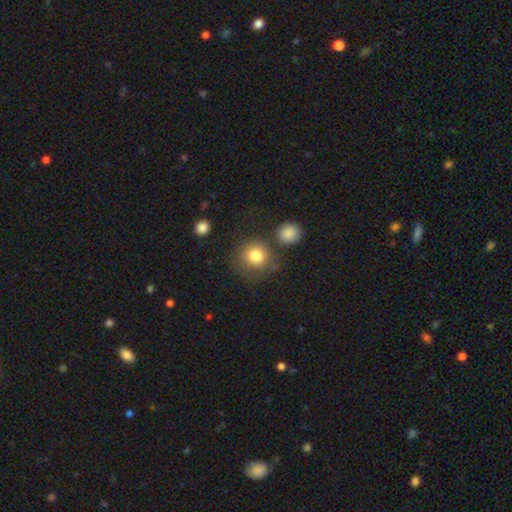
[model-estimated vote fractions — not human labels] smooth 82%, star or artifact 10%, featured or disk 8%. Down the decision tree: how rounded — round (88%); merging — none (67%).